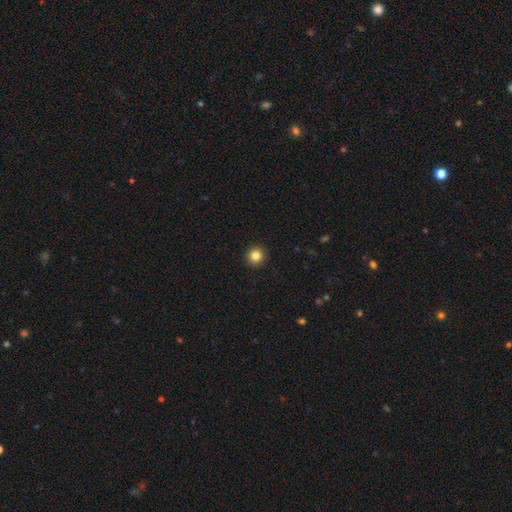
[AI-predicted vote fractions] Morphology: type=smooth (83%); roundness=round (95%); merging=none (94%).